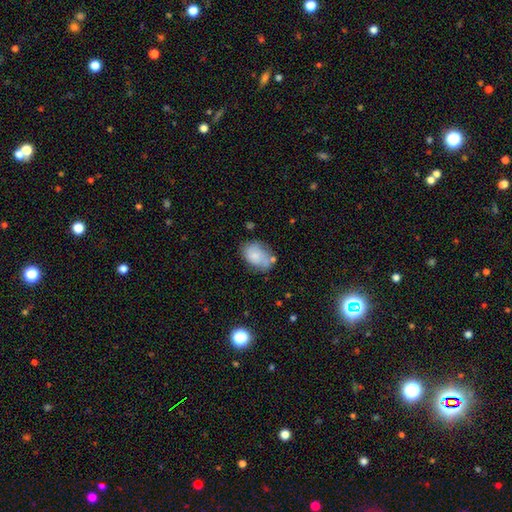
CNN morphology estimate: The model was most divided on "merging": none: 51%, minor disturbance: 29%, major disturbance: 11%, merger: 10%. More confident: how rounded — in between (83%); smooth or featured — smooth (69%).